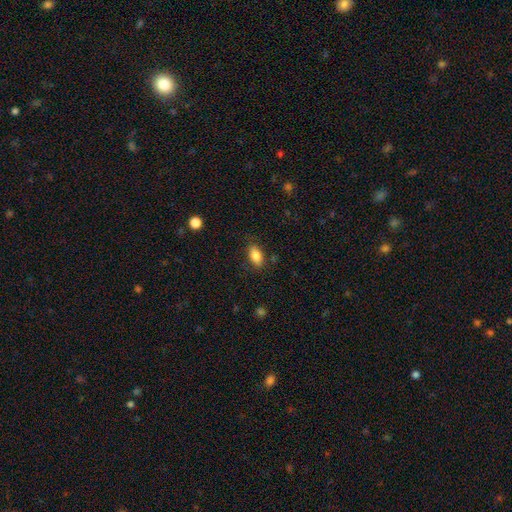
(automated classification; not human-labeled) Smooth or featured? Predicted: smooth (p=0.85). How rounded? Predicted: in between (p=0.89). Merging? Predicted: none (p=0.83).